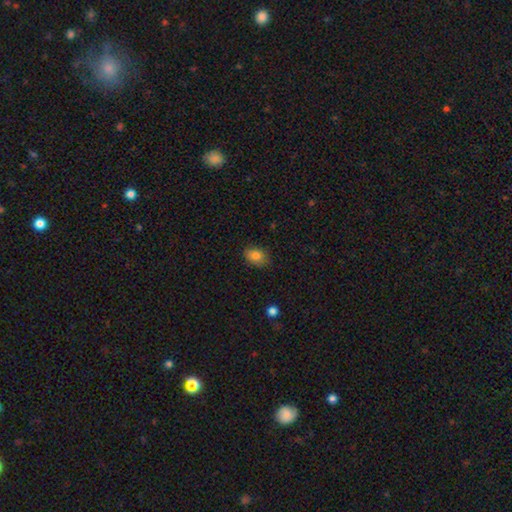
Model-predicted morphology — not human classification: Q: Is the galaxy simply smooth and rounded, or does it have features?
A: smooth — 83%.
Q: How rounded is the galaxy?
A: in between — 73%.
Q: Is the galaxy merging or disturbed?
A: none — 79%.